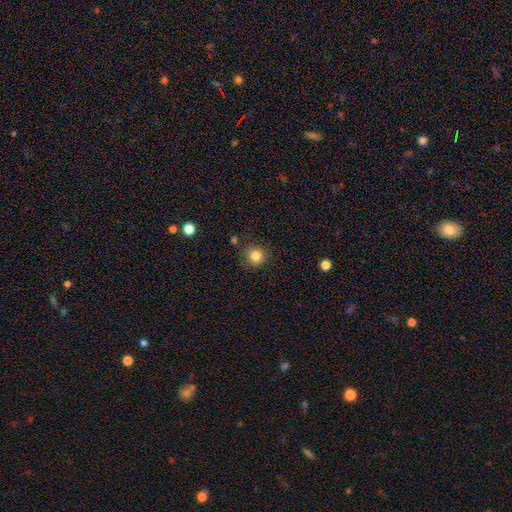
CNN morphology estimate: smooth-or-featured: smooth: 82% | star or artifact: 12% | featured or disk: 6%
  how-rounded: round: 92% | in between: 7% | cigar-shaped: 1%
  merging: none: 86% | minor disturbance: 9% | major disturbance: 3% | merger: 2%